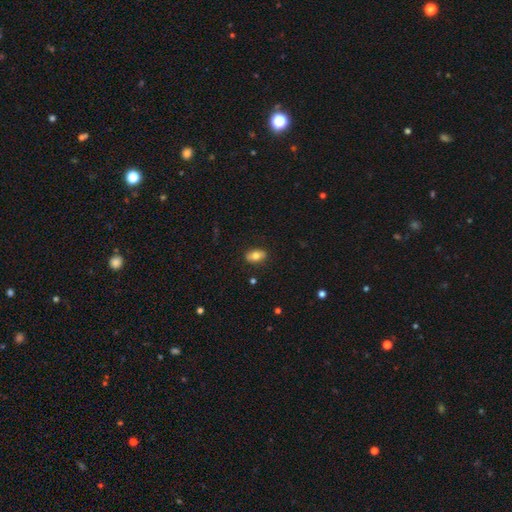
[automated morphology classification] Overall: smooth (74%). How rounded: in between (87%). Merging: none (87%).